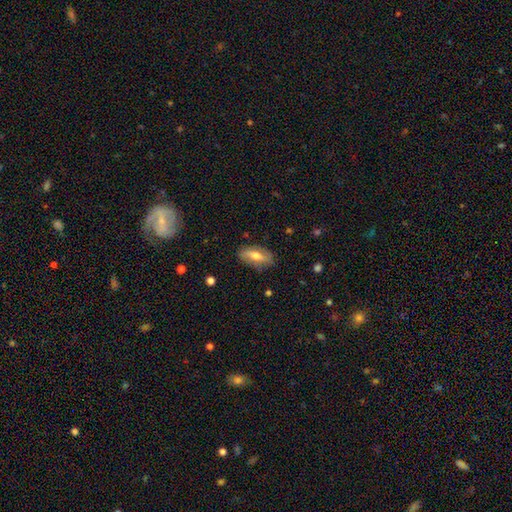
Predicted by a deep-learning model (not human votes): This is possibly a smooth galaxy (54%). How rounded: likely in between (79%). Merging: likely none (79%).